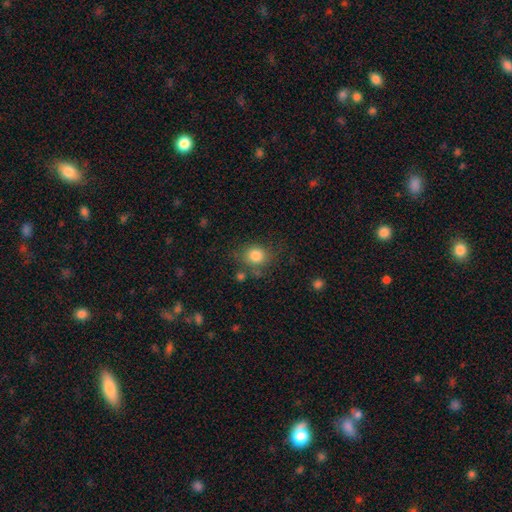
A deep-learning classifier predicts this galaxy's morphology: smooth 83%, star or artifact 10%, featured or disk 7%. Down the decision tree: how rounded — round (73%); merging — none (72%).